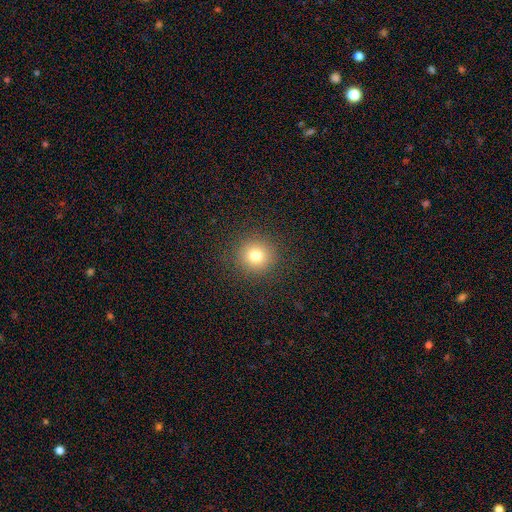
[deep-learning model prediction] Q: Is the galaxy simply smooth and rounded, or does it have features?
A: smooth — 78%.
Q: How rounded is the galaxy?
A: round — 94%.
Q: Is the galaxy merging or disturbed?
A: none — 91%.